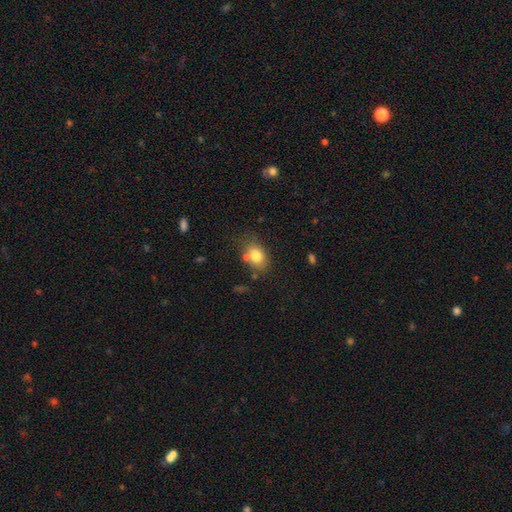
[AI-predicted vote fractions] This is likely a smooth galaxy (79%). How rounded: likely in between (72%). Merging: likely none (66%).